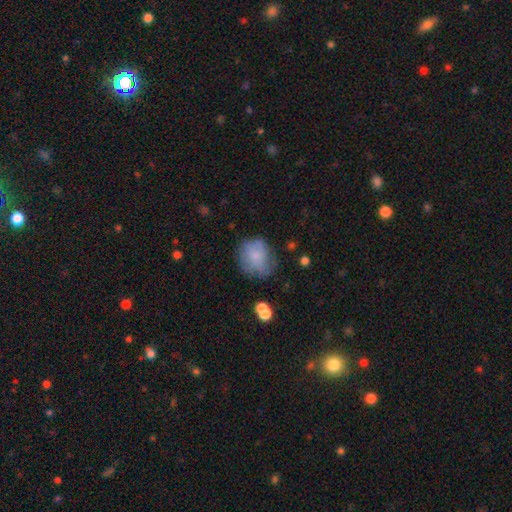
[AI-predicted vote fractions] This is likely a smooth galaxy (72%). How rounded: likely round (69%). Merging: possibly none (57%).